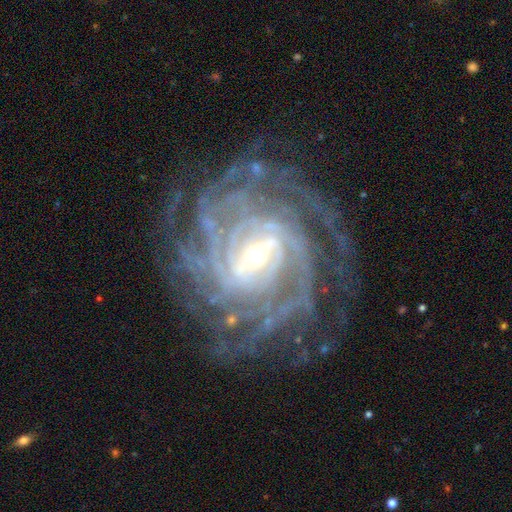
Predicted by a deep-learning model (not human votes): Smooth or featured? featured or disk (93%)
Edge-on disk? no (97%)
Bar? weak (45%)
Spiral arms? yes (98%)
Spiral winding? tight (76%)
Spiral arm count? more than 4 (28%)
Bulge size? small (64%)
Merging? none (78%)